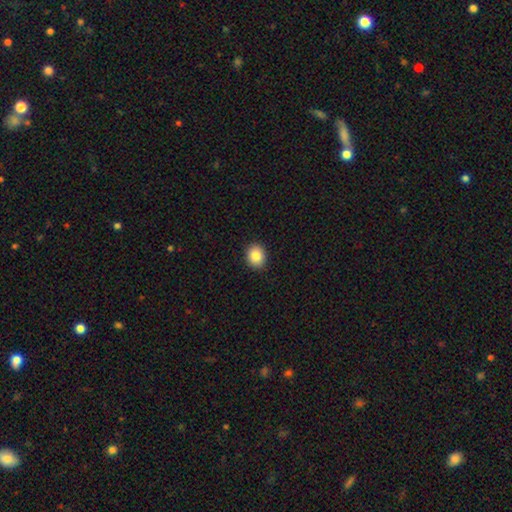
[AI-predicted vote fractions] A smooth galaxy with no disk features (85%) that is round (66%). Merging: none (91%).